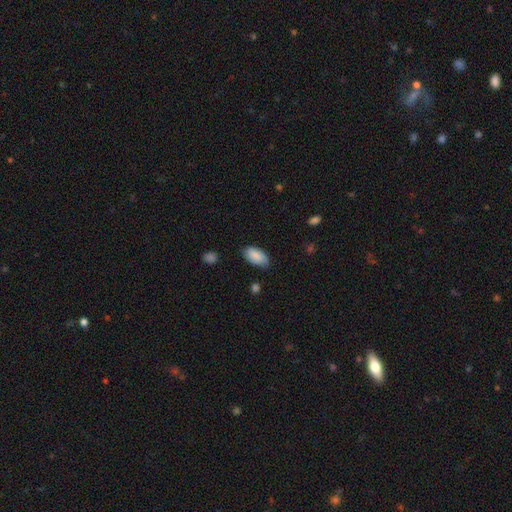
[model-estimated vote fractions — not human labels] smooth 85%, featured or disk 9%, star or artifact 7%. Down the decision tree: how rounded — in between (94%); merging — none (69%).